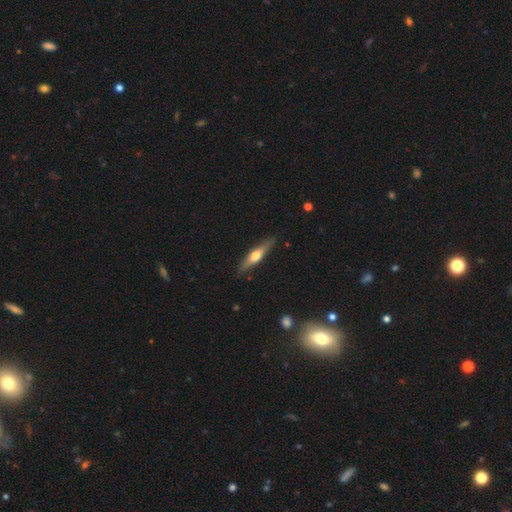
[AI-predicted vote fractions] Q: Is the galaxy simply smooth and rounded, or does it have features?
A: featured or disk — 57%.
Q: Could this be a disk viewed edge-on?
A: yes — 95%.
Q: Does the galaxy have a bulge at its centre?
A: rounded — 91%.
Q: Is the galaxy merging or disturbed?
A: none — 88%.